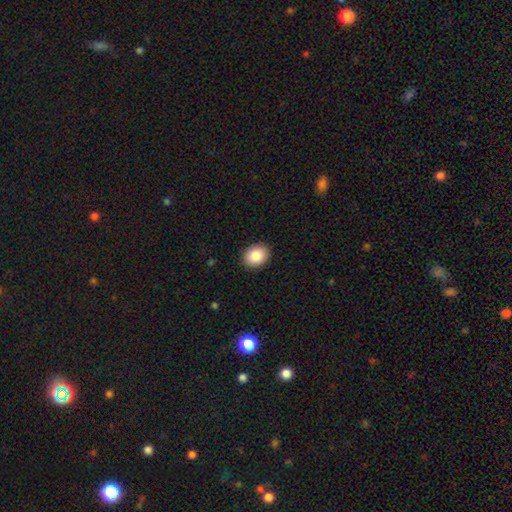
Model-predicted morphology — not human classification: A smooth galaxy with no disk features (87%) that is in between round and cigar-shaped (54%). Merging: none (90%).